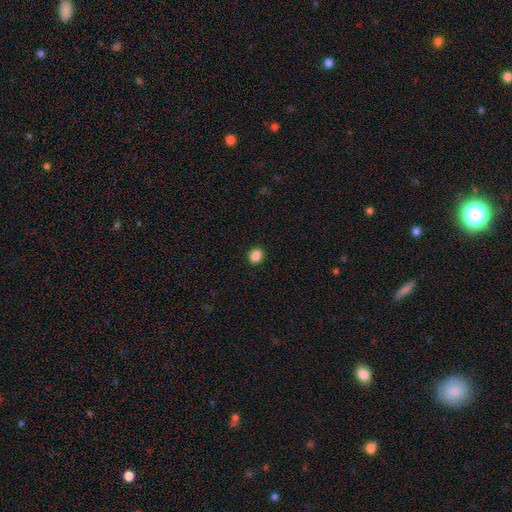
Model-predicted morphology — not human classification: A smooth galaxy with no disk features (88%) that is round (53%). Merging: none (91%).